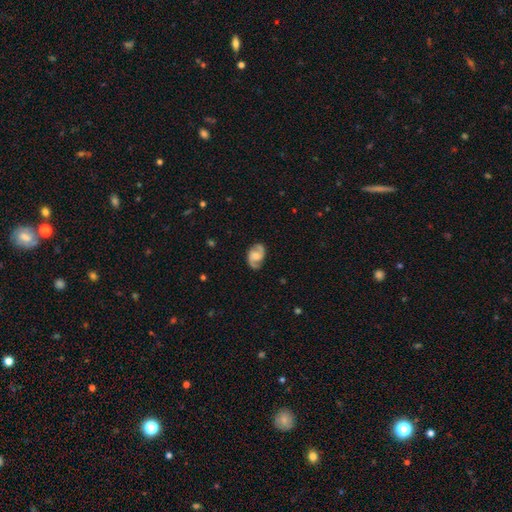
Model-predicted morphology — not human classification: type=featured or disk (79%); edge-on=no (98%); bar=no (48%); spiral arms=yes (95%); winding=medium (52%); arm count=2 (91%); bulge=moderate (38%); merging=none (79%).